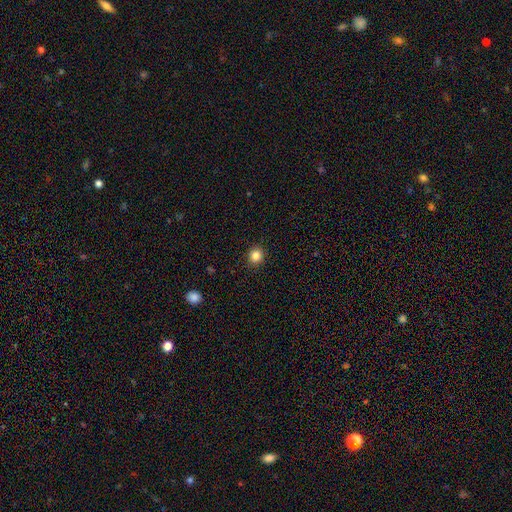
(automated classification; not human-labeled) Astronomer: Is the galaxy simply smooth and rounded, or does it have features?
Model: smooth — 84%.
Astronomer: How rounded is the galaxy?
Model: round — 87%.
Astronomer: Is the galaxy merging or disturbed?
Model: none — 92%.